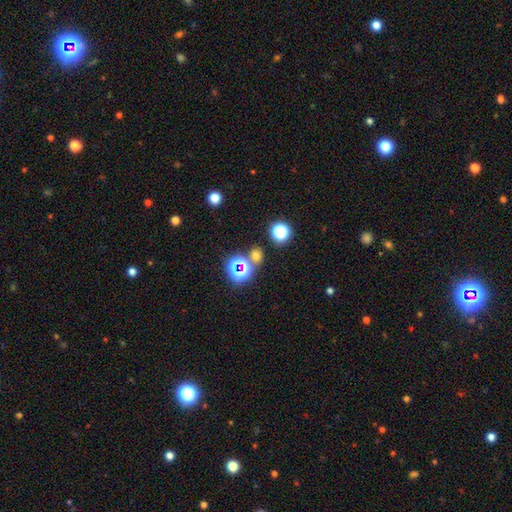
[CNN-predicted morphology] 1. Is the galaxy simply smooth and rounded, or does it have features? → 50% smooth, 42% star or artifact, 7% featured or disk.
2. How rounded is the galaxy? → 76% round, 22% in between, 1% cigar-shaped.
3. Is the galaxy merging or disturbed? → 71% none, 17% merger, 8% minor disturbance, 4% major disturbance.